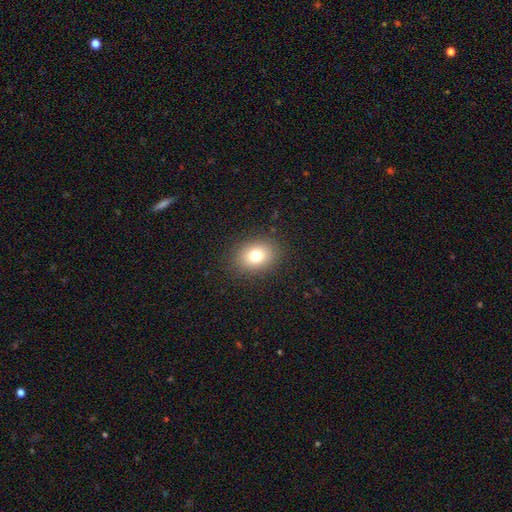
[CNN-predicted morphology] Smooth or featured: smooth — 78% (star or artifact — 12%)
How rounded: in between — 55% (round — 44%)
Merging: none — 88% (minor disturbance — 8%)